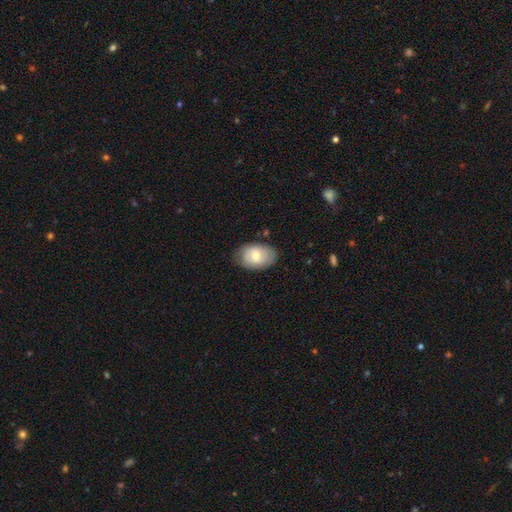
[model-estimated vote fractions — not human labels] Smooth or featured? smooth (67%)
How rounded? in between (87%)
Merging? none (75%)